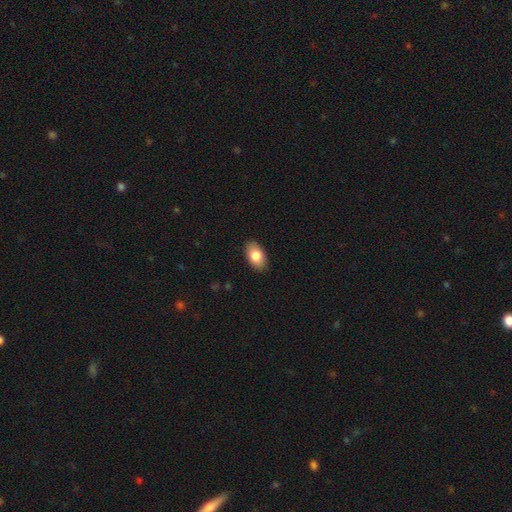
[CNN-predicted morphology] Smooth or featured: smooth — 82% (featured or disk — 11%)
How rounded: in between — 92% (round — 6%)
Merging: none — 89% (minor disturbance — 8%)